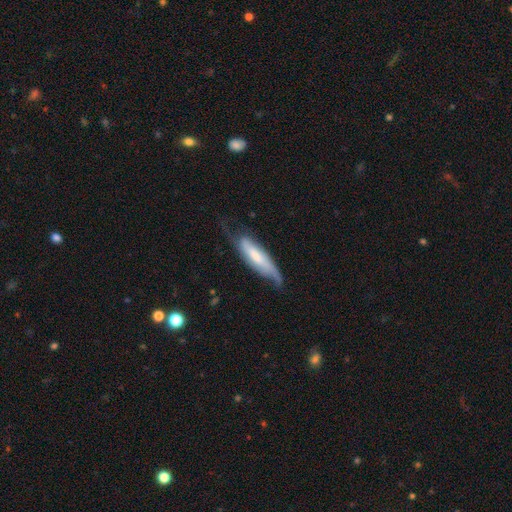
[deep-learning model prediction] Smooth or featured? Predicted: featured or disk (p=0.54). Edge-on disk? Predicted: no (p=0.65). Merging? Predicted: none (p=0.48).